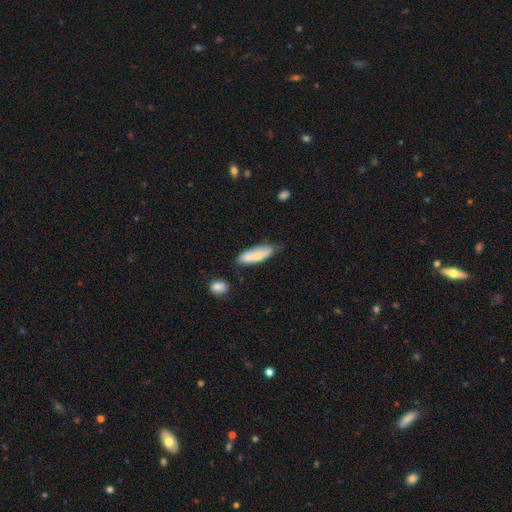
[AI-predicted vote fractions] smooth 65%, featured or disk 29%, star or artifact 6%. Down the decision tree: how rounded — in between (60%); merging — none (62%).